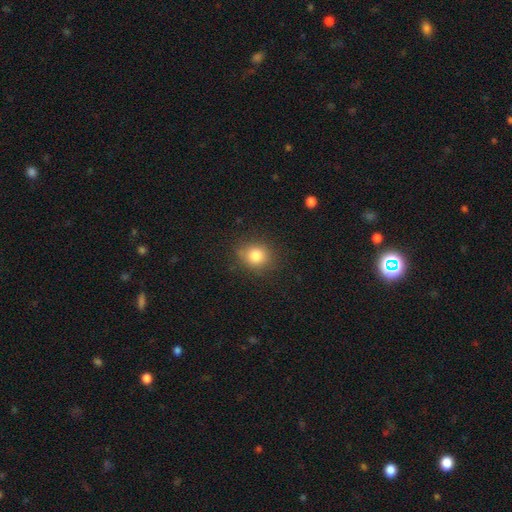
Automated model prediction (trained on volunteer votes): A smooth galaxy with no disk features (82%) that is round (74%).

Vote fractions:
- Smooth or featured? smooth: 82% / star or artifact: 11% / featured or disk: 7%
- How rounded? round: 74% / in between: 25% / cigar-shaped: 1%
- Merging? none: 82% / minor disturbance: 13% / major disturbance: 4% / merger: 1%